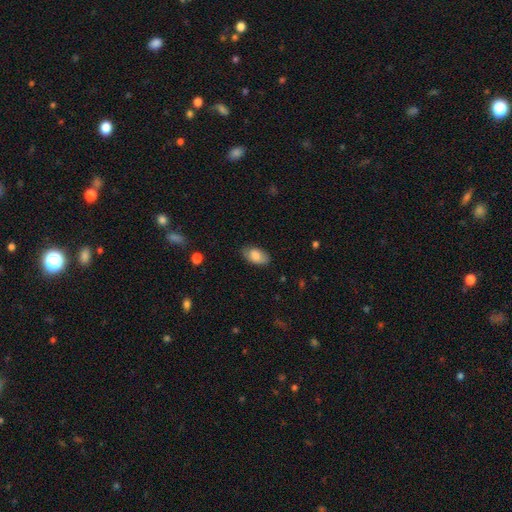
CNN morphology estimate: smooth-or-featured: smooth: 81% | featured or disk: 12% | star or artifact: 7%
  how-rounded: in between: 94% | round: 4% | cigar-shaped: 2%
  merging: none: 77% | minor disturbance: 18% | major disturbance: 4% | merger: 1%